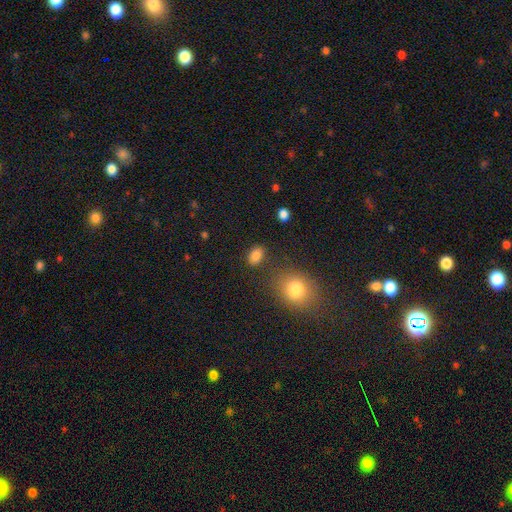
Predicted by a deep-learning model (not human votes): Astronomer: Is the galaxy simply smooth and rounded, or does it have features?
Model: smooth — 84%.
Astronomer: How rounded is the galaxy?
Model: in between — 79%.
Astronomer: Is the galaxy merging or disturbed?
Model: none — 82%.